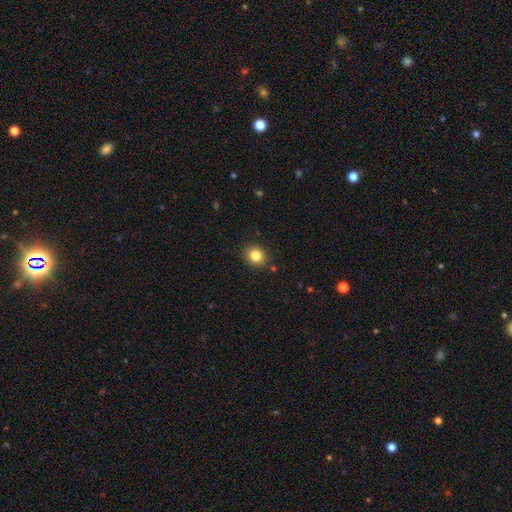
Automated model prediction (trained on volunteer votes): Morphology: type=smooth (84%); roundness=round (71%); merging=none (89%).